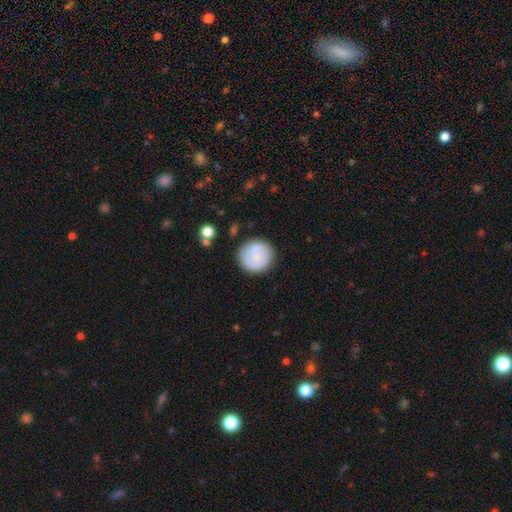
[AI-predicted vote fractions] The model was most divided on "smooth or featured": smooth: 72%, featured or disk: 21%, star or artifact: 7%. More confident: how rounded — round (93%); merging — none (76%).